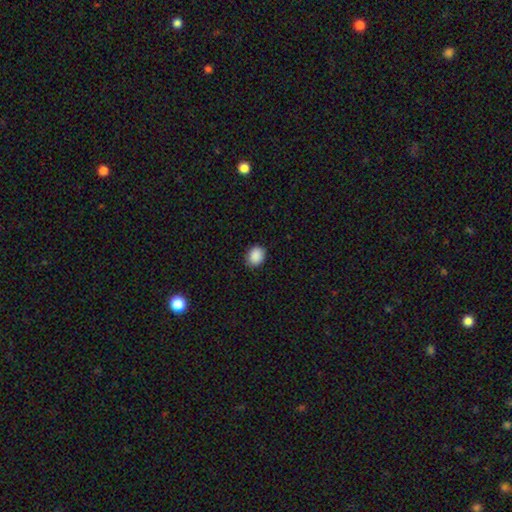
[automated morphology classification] type=smooth (89%); roundness=round (53%); merging=none (86%).